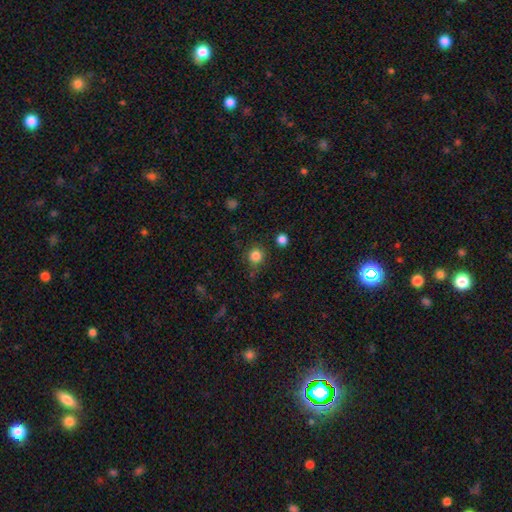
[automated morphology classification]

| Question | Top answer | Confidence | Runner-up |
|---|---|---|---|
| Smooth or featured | smooth | 83% | star or artifact (13%) |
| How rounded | round | 91% | in between (8%) |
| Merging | none | 79% | minor disturbance (12%) |